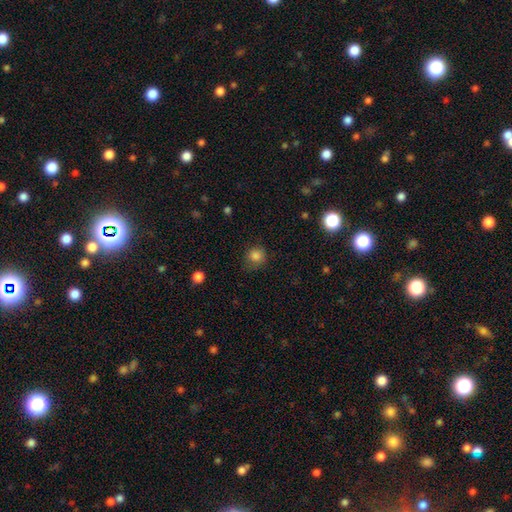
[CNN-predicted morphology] A smooth galaxy with no disk features (82%) that is round (85%).

Vote fractions:
- Smooth or featured? smooth: 82% / star or artifact: 12% / featured or disk: 5%
- How rounded? round: 85% / in between: 14% / cigar-shaped: 1%
- Merging? none: 73% / minor disturbance: 19% / major disturbance: 6% / merger: 1%